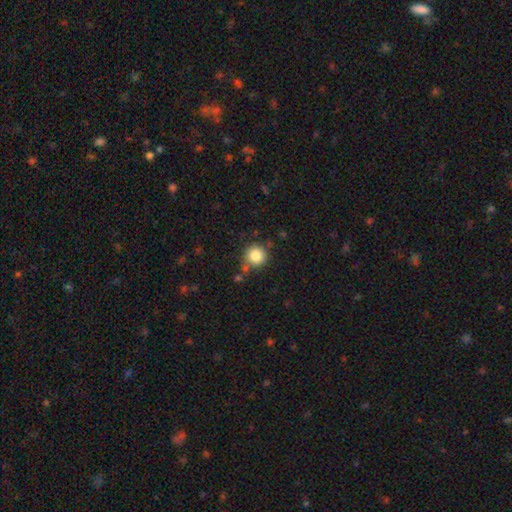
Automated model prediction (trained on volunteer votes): A smooth galaxy with no disk features (84%) that is round (93%).

Vote fractions:
- Smooth or featured? smooth: 84% / star or artifact: 10% / featured or disk: 6%
- How rounded? round: 93% / in between: 6% / cigar-shaped: 1%
- Merging? none: 80% / minor disturbance: 11% / merger: 6% / major disturbance: 3%